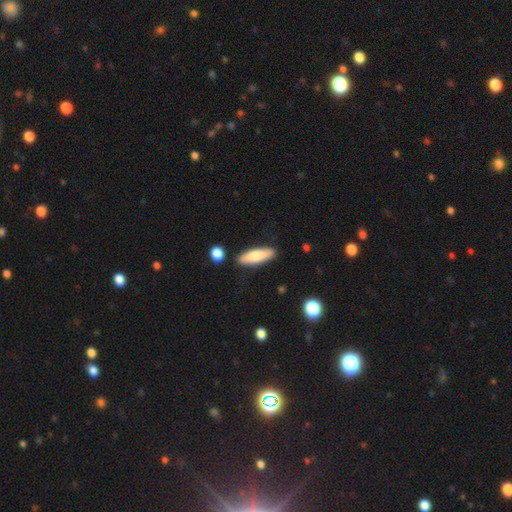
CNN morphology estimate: type=smooth (78%); roundness=cigar-shaped (57%); merging=none (85%).